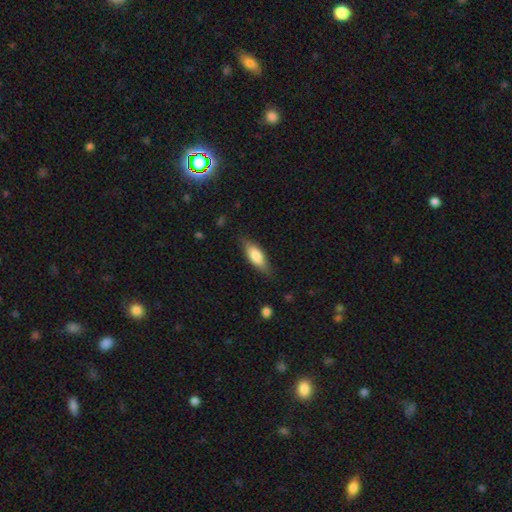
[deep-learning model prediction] Overall: smooth (70%). How rounded: in between (68%; cigar-shaped 29%). Merging: none (77%).